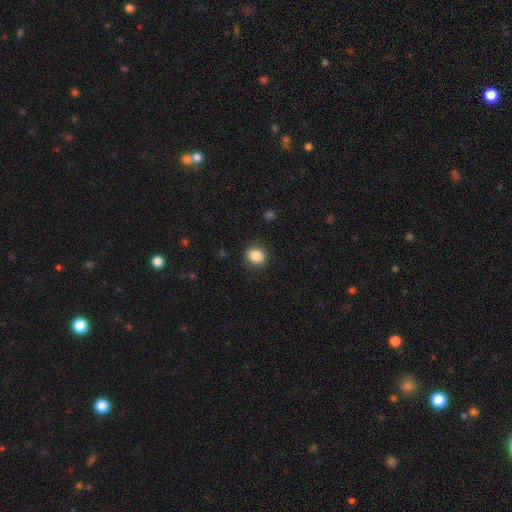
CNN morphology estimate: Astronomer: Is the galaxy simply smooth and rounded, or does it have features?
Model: smooth — 87%.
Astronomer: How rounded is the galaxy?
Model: round — 74%.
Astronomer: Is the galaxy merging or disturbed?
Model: none — 88%.